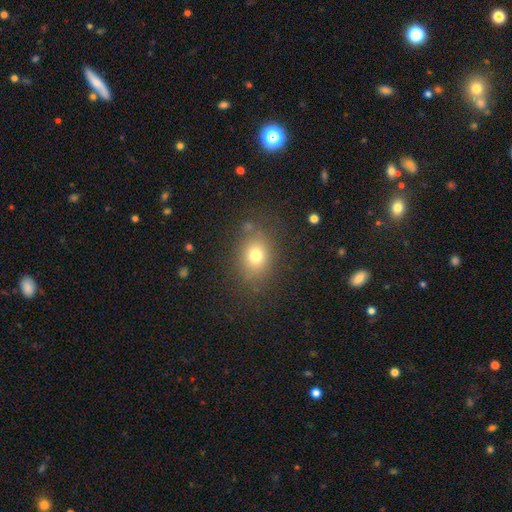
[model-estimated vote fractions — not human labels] The model was most divided on "how rounded": round: 50%, in between: 49%, cigar-shaped: 1%. More confident: merging — none (79%); smooth or featured — smooth (74%).